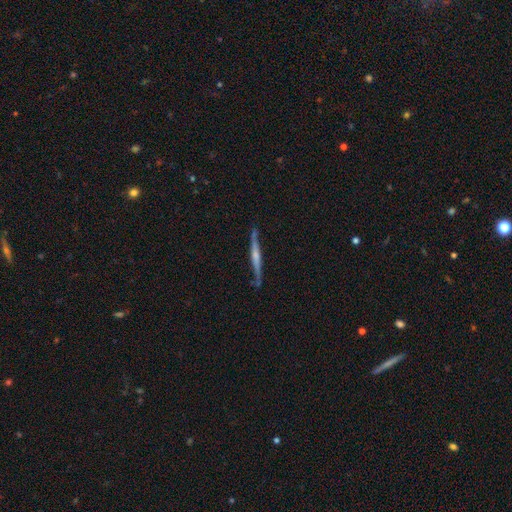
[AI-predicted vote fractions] The model was most divided on "edge-on bulge": rounded: 53%, none: 29%, boxy: 17%. More confident: edge-on disk — yes (95%); merging — none (78%); smooth or featured — featured or disk (69%).